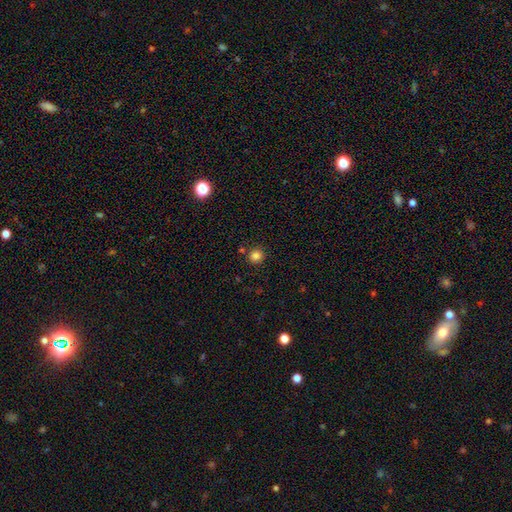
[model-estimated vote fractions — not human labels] This is clearly a smooth galaxy (83%). How rounded: clearly round (93%). Merging: clearly none (84%).